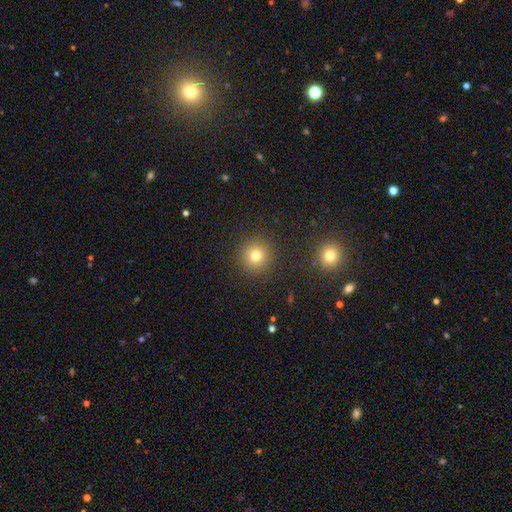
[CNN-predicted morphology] smooth 77%, star or artifact 15%, featured or disk 8%. Down the decision tree: how rounded — round (94%); merging — none (90%).